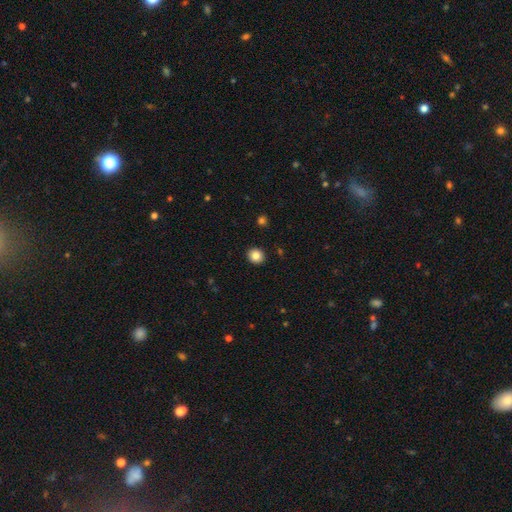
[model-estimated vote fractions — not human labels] Overall: smooth (85%). How rounded: round (82%). Merging: none (92%).